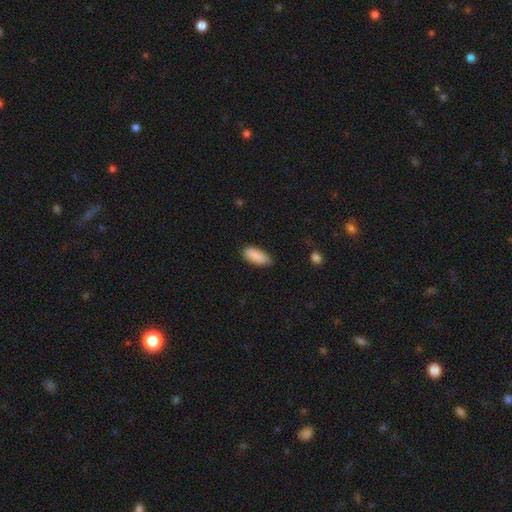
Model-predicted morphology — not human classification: smooth 89%, star or artifact 6%, featured or disk 5%. Down the decision tree: how rounded — in between (84%); merging — none (64%).